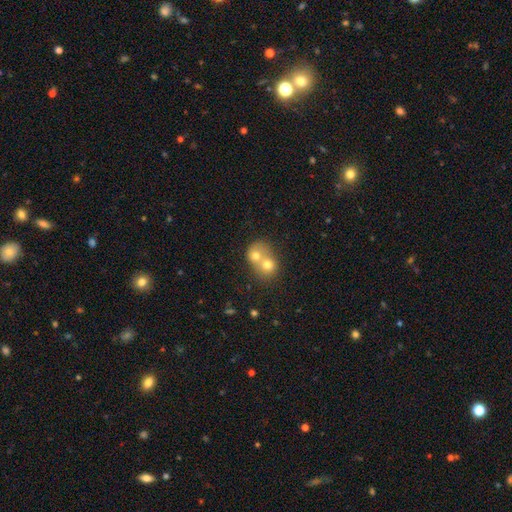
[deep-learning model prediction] Morphology: type=smooth (67%); roundness=round (66%); merging=merger (77%).